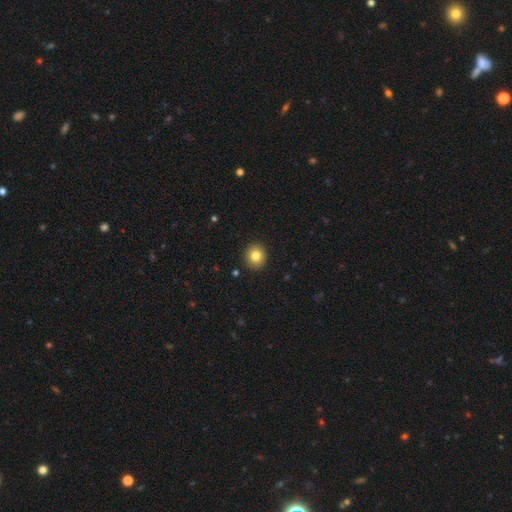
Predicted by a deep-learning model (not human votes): Overall: smooth (82%). How rounded: round (86%). Merging: none (92%).